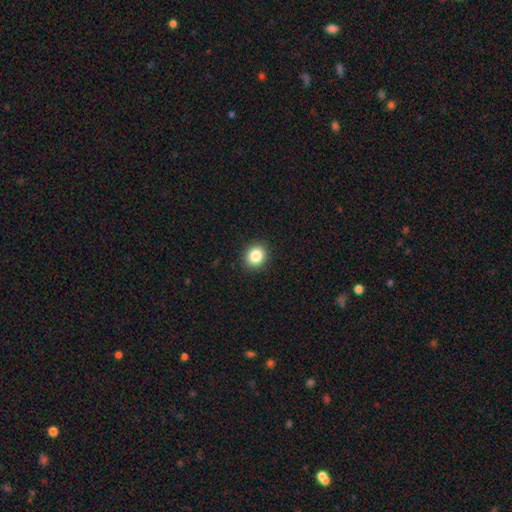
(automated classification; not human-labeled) Q: Smooth or featured?
A: smooth (85%); runner-up: star or artifact (10%)
Q: How rounded?
A: round (76%); runner-up: in between (23%)
Q: Merging?
A: none (91%); runner-up: minor disturbance (6%)